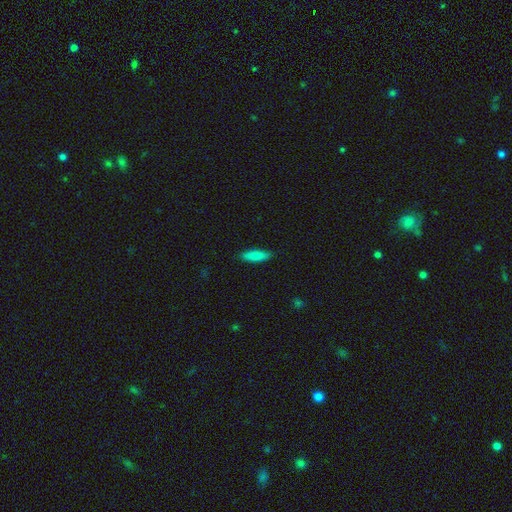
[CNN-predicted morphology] This is clearly a smooth galaxy (84%). How rounded: possibly cigar-shaped (56%). Merging: clearly none (88%).